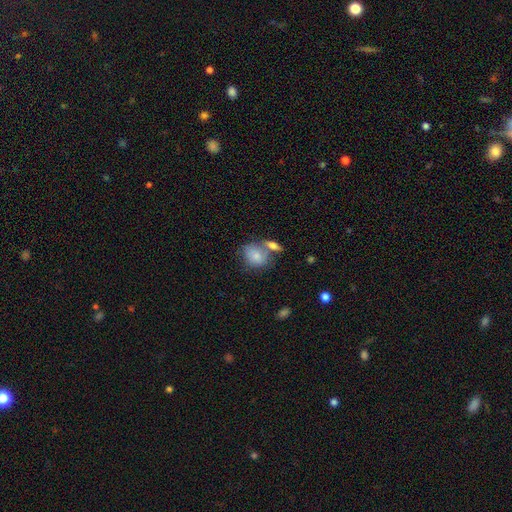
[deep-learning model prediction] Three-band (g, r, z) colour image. It shows a smooth galaxy with no disk features (77%) that is in between round and cigar-shaped (55%). Merging: merger (39%).